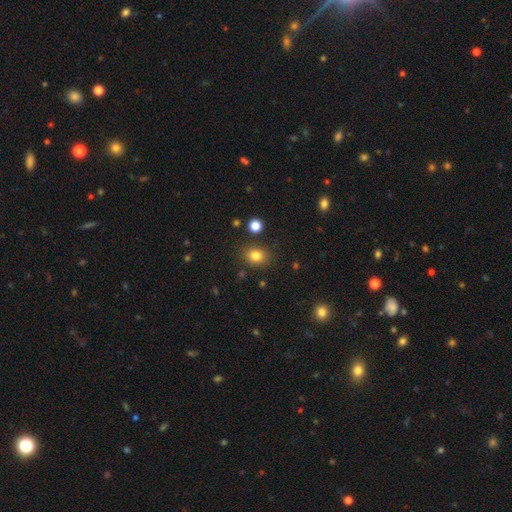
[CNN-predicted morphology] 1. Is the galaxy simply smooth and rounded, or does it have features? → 82% smooth, 12% star or artifact, 6% featured or disk.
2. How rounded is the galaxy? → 52% round, 47% in between, 1% cigar-shaped.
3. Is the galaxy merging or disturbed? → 83% none, 10% minor disturbance, 3% merger, 3% major disturbance.